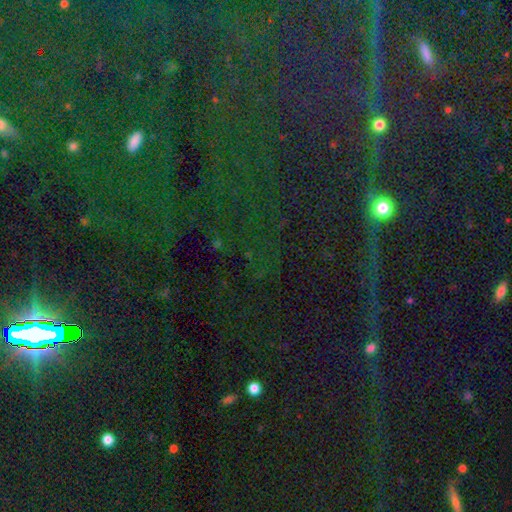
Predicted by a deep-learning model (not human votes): Overall: star or artifact (83%).